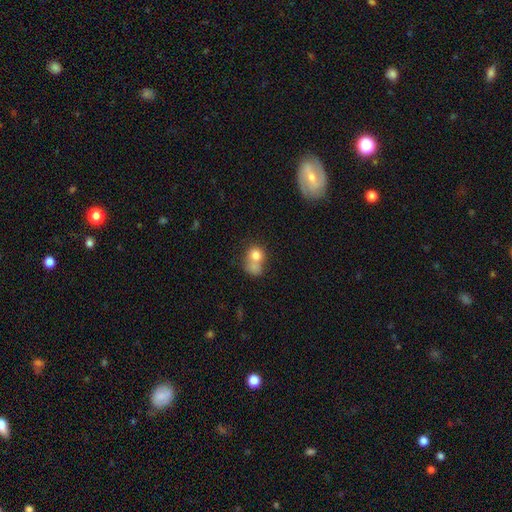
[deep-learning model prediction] This is likely a smooth galaxy (76%). How rounded: likely round (69%). Merging: possibly merger (53%).